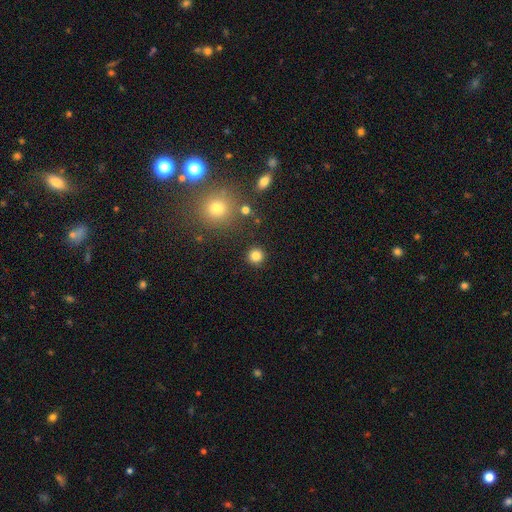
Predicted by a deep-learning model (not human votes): The model was most divided on "smooth or featured": smooth: 82%, star or artifact: 13%, featured or disk: 5%. More confident: how rounded — round (94%); merging — none (90%).